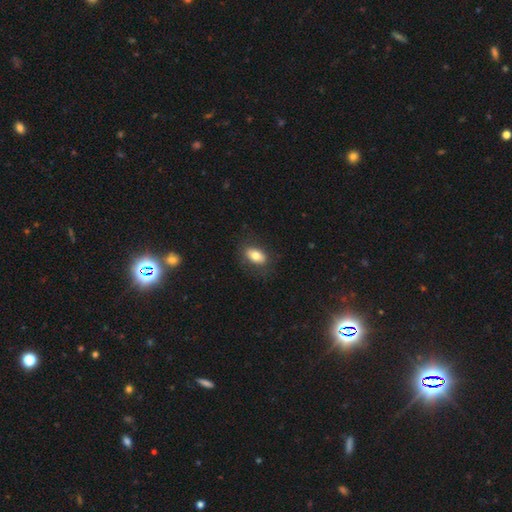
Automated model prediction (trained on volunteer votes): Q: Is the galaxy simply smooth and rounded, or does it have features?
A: smooth — 77%.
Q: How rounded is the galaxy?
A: in between — 88%.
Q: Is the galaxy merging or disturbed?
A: none — 80%.